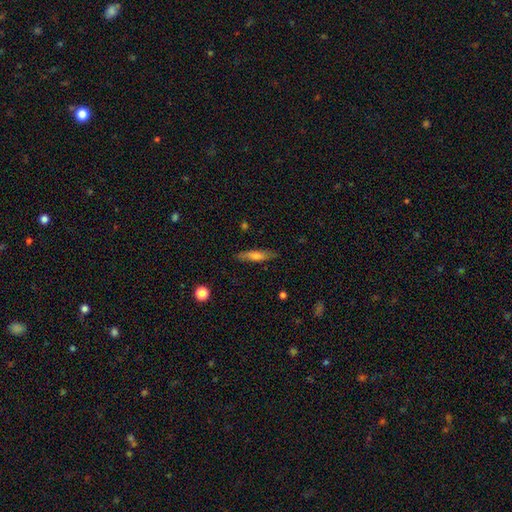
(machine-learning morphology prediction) This is possibly a smooth galaxy (55%). How rounded: likely cigar-shaped (78%). Merging: clearly none (83%).